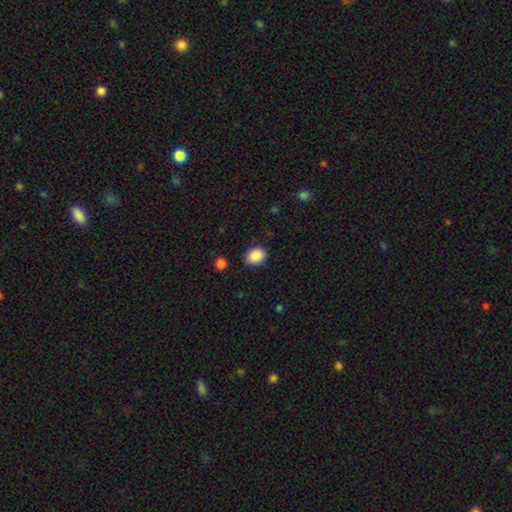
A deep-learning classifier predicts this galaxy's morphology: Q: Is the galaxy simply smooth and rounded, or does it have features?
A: smooth — 89%.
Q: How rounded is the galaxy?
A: in between — 56%.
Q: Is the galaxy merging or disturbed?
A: none — 84%.